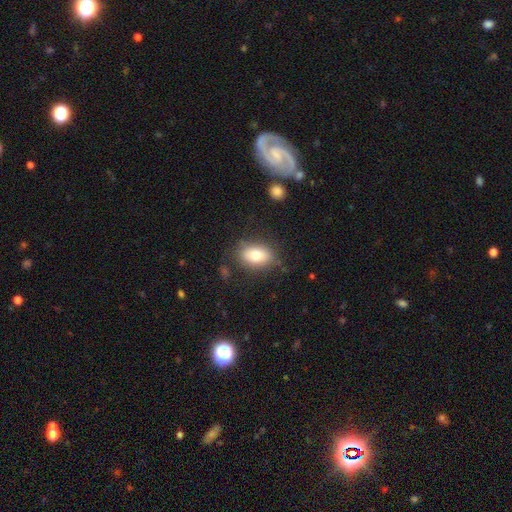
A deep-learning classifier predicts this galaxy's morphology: Smooth or featured?
  - smooth: 77% *
  - featured or disk: 15%
  - star or artifact: 8%
How rounded?
  - in between: 86% *
  - round: 12%
  - cigar-shaped: 2%
Merging?
  - none: 77% *
  - minor disturbance: 15%
  - major disturbance: 5%
  - merger: 3%